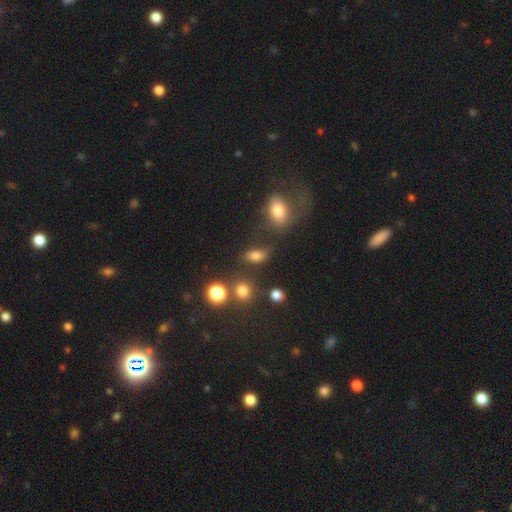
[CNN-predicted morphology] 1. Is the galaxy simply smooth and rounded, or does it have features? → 77% smooth, 14% star or artifact, 9% featured or disk.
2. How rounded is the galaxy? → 79% in between, 14% round, 6% cigar-shaped.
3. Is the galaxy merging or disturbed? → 68% none, 16% minor disturbance, 9% merger, 7% major disturbance.